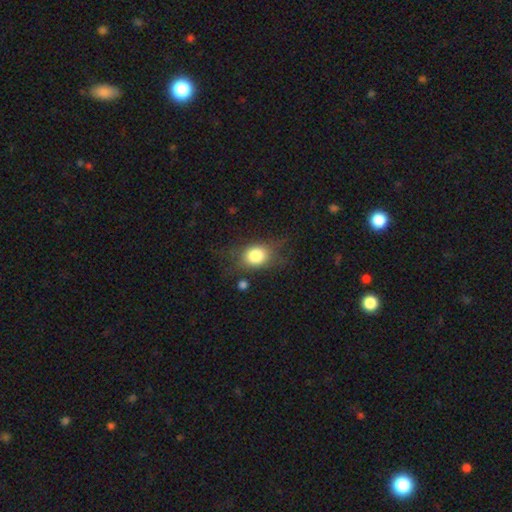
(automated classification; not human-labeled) Overall: smooth (77%). How rounded: round (50%; in between 48%). Merging: none (63%).